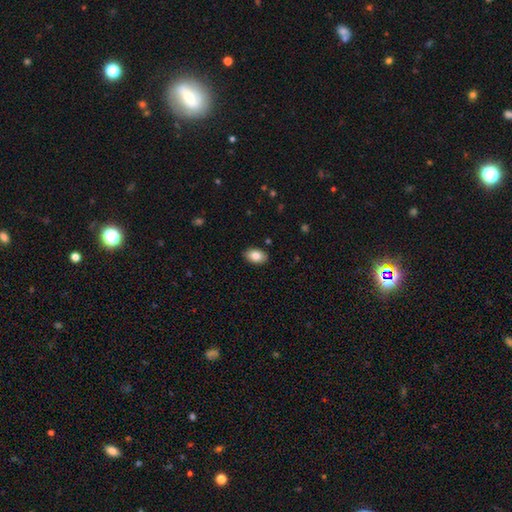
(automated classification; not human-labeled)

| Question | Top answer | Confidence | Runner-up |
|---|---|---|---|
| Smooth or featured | smooth | 83% | featured or disk (10%) |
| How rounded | in between | 90% | round (9%) |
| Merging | none | 89% | minor disturbance (8%) |